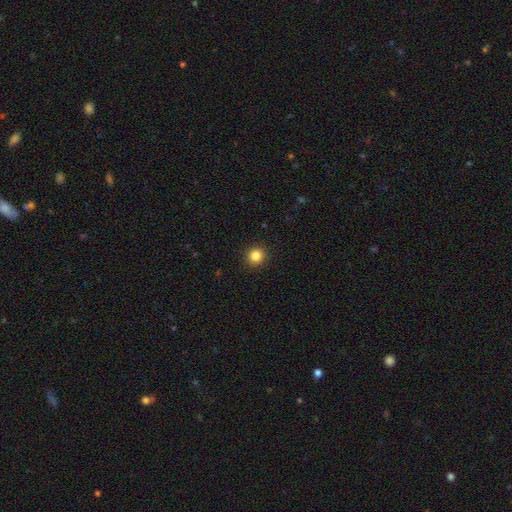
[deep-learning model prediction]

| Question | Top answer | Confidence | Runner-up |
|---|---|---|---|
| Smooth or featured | smooth | 84% | star or artifact (12%) |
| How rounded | round | 92% | in between (7%) |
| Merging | none | 92% | minor disturbance (5%) |